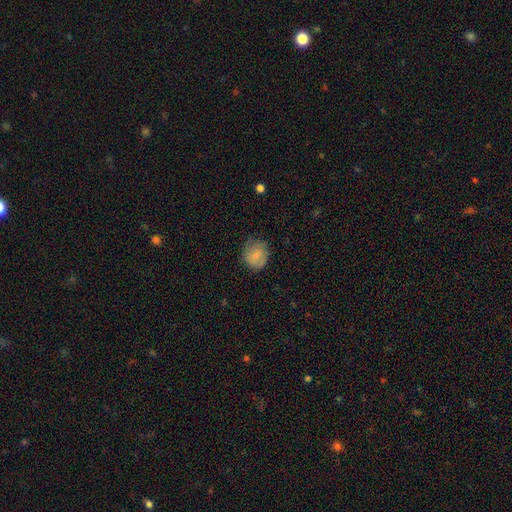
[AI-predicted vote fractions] A smooth galaxy with no disk features (74%) that is round (76%). Merging: none (64%).